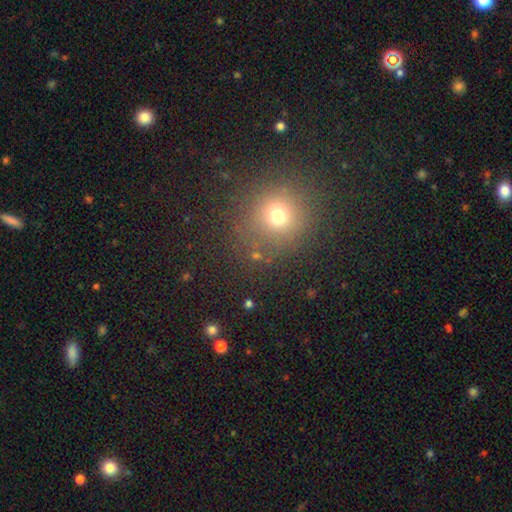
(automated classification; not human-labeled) A smooth galaxy with no disk features (66%) that is round (87%).

Vote fractions:
- Smooth or featured? smooth: 66% / star or artifact: 26% / featured or disk: 8%
- How rounded? round: 87% / in between: 12% / cigar-shaped: 1%
- Merging? none: 83% / minor disturbance: 9% / major disturbance: 4% / merger: 4%